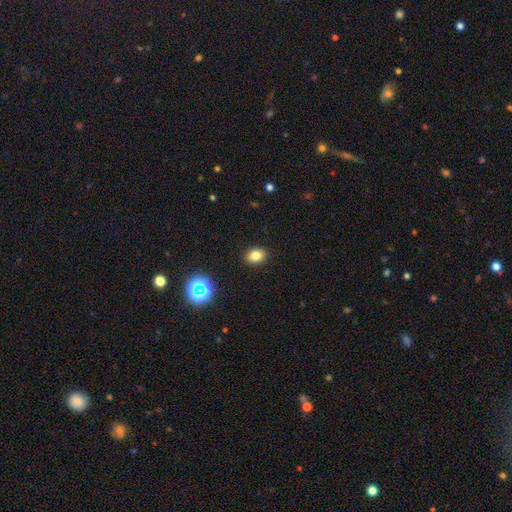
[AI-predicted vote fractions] Smooth or featured: smooth — 79% (star or artifact — 14%)
How rounded: in between — 64% (round — 35%)
Merging: none — 90% (minor disturbance — 7%)